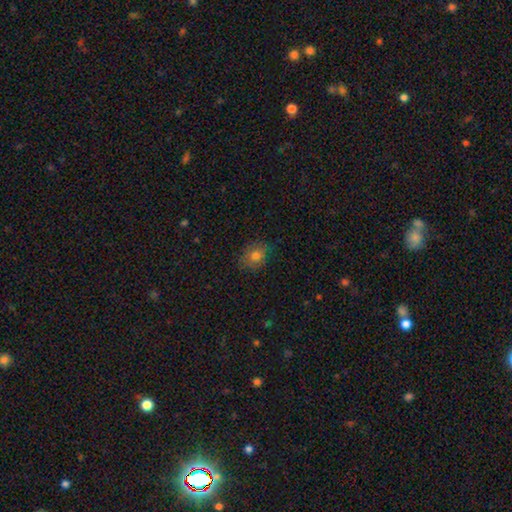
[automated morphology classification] Smooth or featured? smooth (78%)
How rounded? round (58%)
Merging? none (77%)